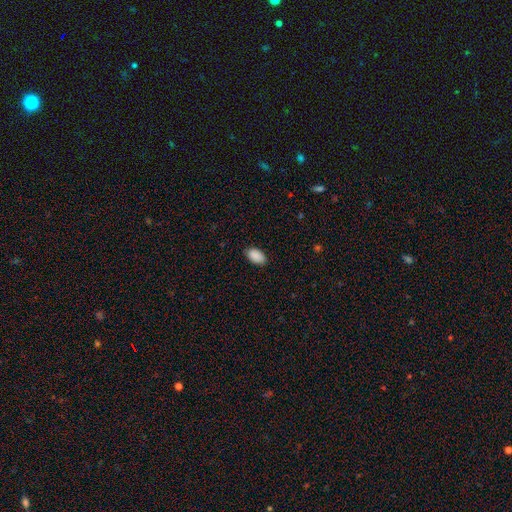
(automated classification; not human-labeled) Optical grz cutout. It shows a smooth galaxy with no disk features (91%) that is in between round and cigar-shaped (94%). Merging: none (88%).